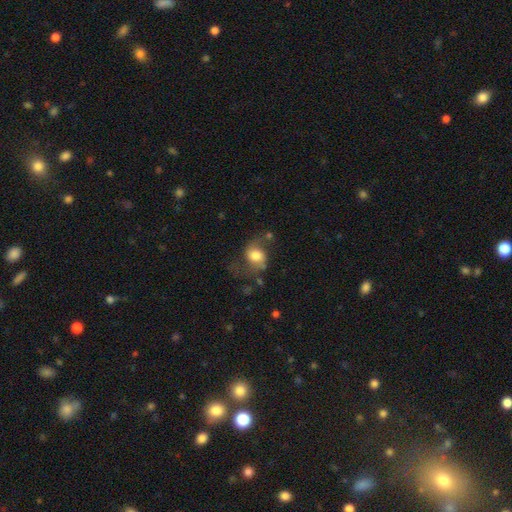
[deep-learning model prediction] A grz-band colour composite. It shows a smooth galaxy with no disk features (52%) that is round (59%). Merging: none (48%).